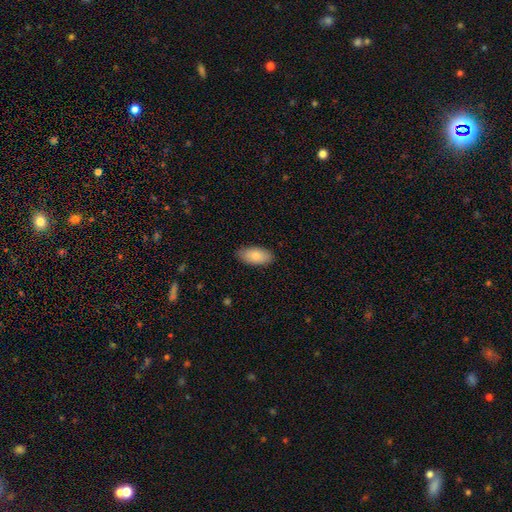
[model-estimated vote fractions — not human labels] smooth-or-featured: smooth: 85% | featured or disk: 9% | star or artifact: 6%
  how-rounded: in between: 93% | cigar-shaped: 4% | round: 2%
  merging: none: 86% | minor disturbance: 11% | major disturbance: 2% | merger: 1%